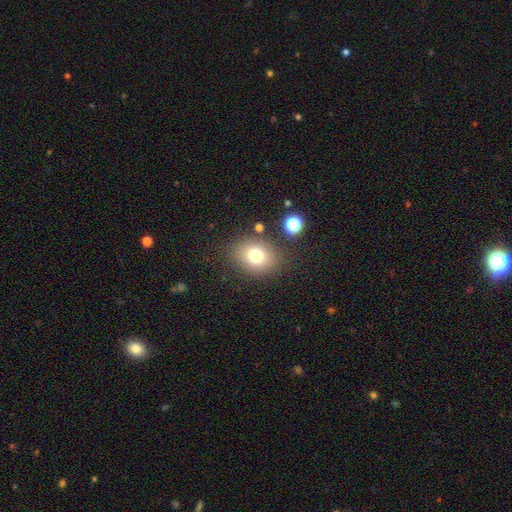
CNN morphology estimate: A smooth galaxy with no disk features (75%) that is round (52%). Merging: none (80%).